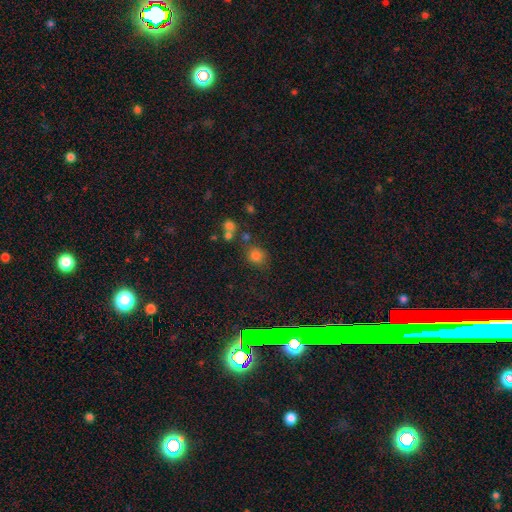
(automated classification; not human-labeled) Smooth or featured: smooth — 72% (star or artifact — 21%)
How rounded: round — 79% (in between — 20%)
Merging: none — 74% (minor disturbance — 13%)